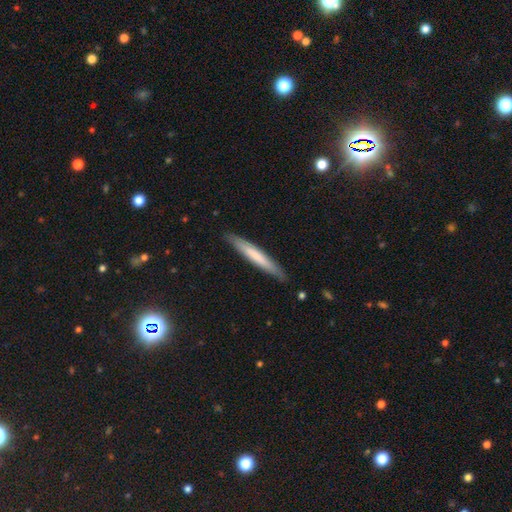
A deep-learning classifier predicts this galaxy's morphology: This is likely a smooth galaxy (67%). How rounded: clearly cigar-shaped (95%). Merging: clearly none (88%).